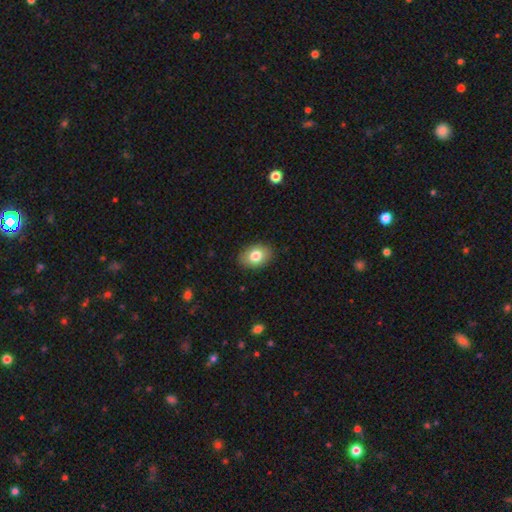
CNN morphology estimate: A smooth galaxy with no disk features (80%) that is in between round and cigar-shaped (77%). Merging: none (88%).